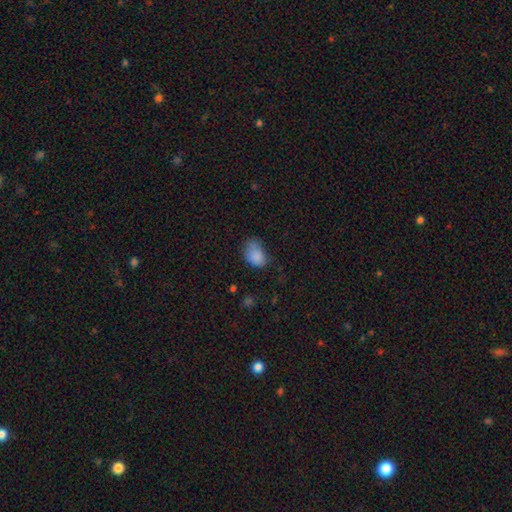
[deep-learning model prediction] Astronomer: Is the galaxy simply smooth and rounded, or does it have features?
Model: smooth — 84%.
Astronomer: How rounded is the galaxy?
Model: in between — 79%.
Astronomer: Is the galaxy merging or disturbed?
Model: none — 47% (runner-up: minor disturbance, 36%).